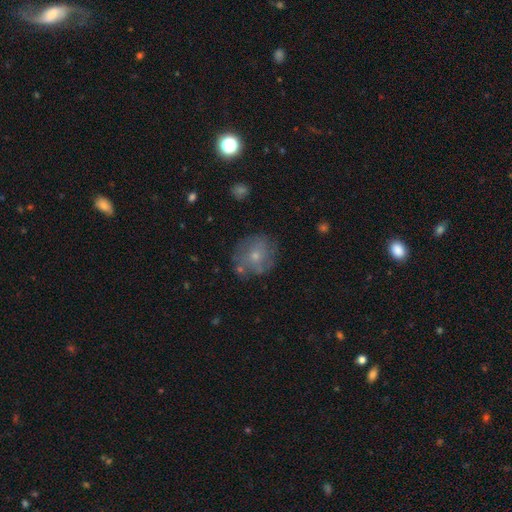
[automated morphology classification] Overall: smooth (57%; featured or disk 33%). How rounded: round (82%). Merging: none (71%).